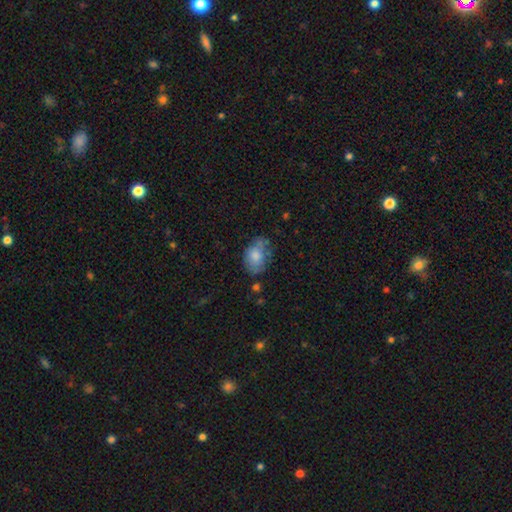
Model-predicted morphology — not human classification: Smooth or featured?
  - smooth: 73% *
  - featured or disk: 19%
  - star or artifact: 8%
How rounded?
  - in between: 81% *
  - round: 18%
  - cigar-shaped: 1%
Merging?
  - none: 50% *
  - minor disturbance: 31%
  - major disturbance: 13%
  - merger: 6%